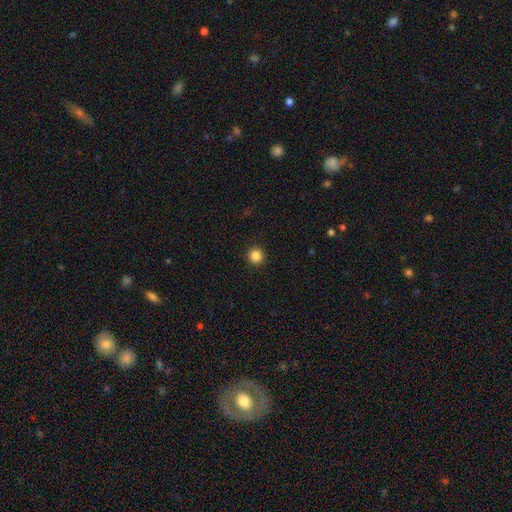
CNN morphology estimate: This appears to be a smooth galaxy with no disk features (85%) that is round (95%). Merging: none (93%).